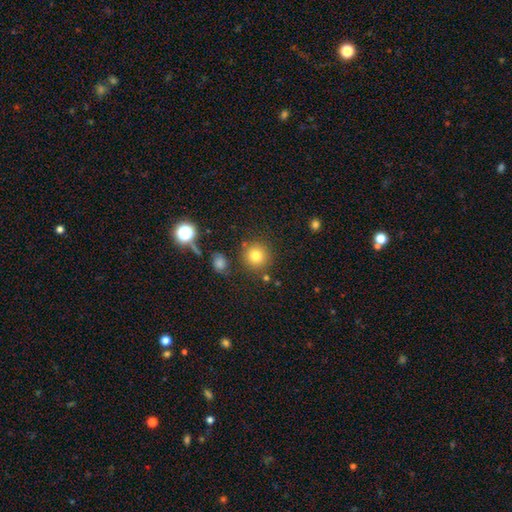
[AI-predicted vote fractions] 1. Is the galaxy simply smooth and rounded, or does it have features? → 79% smooth, 14% star or artifact, 8% featured or disk.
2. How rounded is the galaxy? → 92% round, 7% in between, 1% cigar-shaped.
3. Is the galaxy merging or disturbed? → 83% none, 9% minor disturbance, 5% merger, 4% major disturbance.